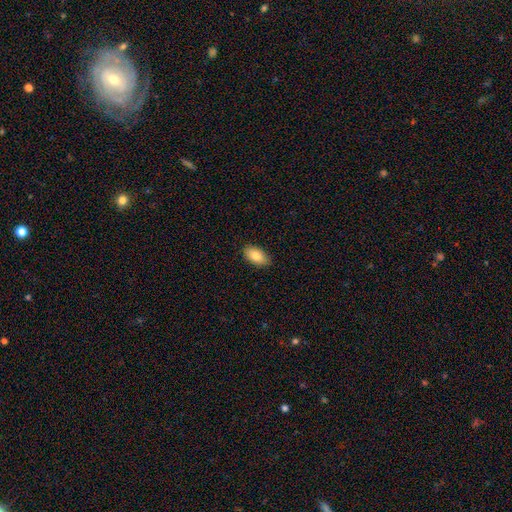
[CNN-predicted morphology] Q: Smooth or featured?
A: smooth (83%); runner-up: featured or disk (10%)
Q: How rounded?
A: in between (92%); runner-up: round (4%)
Q: Merging?
A: none (88%); runner-up: minor disturbance (10%)